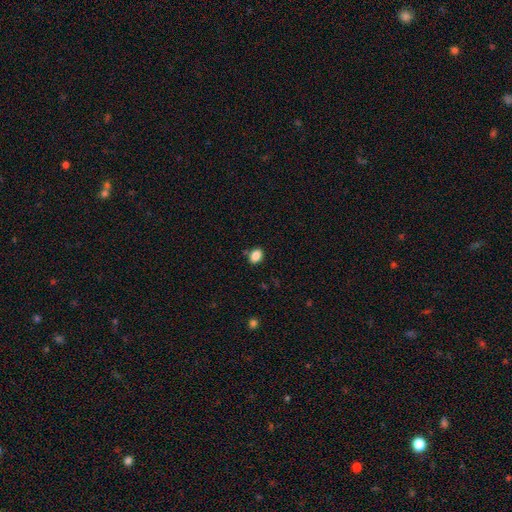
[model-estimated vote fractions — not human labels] Smooth or featured?
  - smooth: 87% *
  - star or artifact: 9%
  - featured or disk: 4%
How rounded?
  - in between: 75% *
  - round: 24%
  - cigar-shaped: 1%
Merging?
  - none: 81% *
  - minor disturbance: 12%
  - merger: 4%
  - major disturbance: 3%